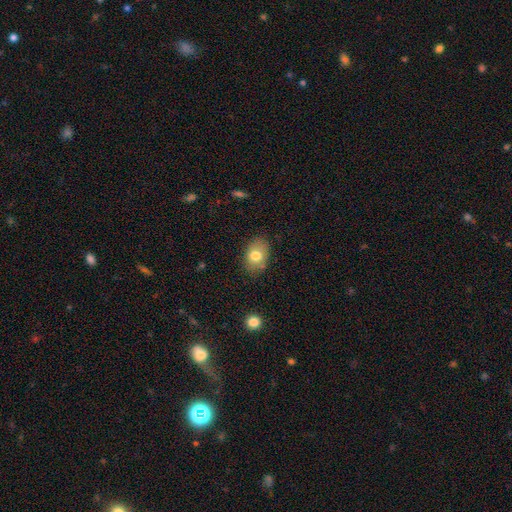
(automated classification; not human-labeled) This is likely a smooth galaxy (76%). How rounded: clearly in between (80%). Merging: likely none (79%).